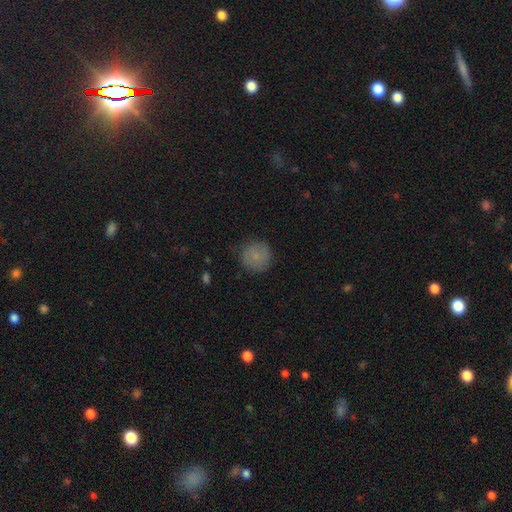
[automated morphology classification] smooth 79%, featured or disk 12%, star or artifact 9%. Down the decision tree: how rounded — round (92%); merging — none (78%).